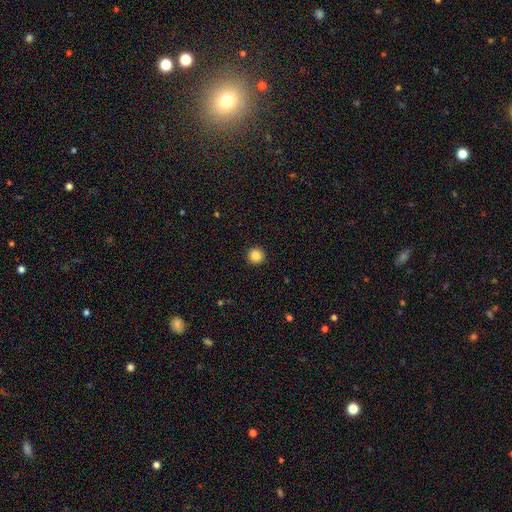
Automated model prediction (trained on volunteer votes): Smooth or featured: smooth — 86% (star or artifact — 10%)
How rounded: round — 96% (in between — 3%)
Merging: none — 93% (minor disturbance — 4%)